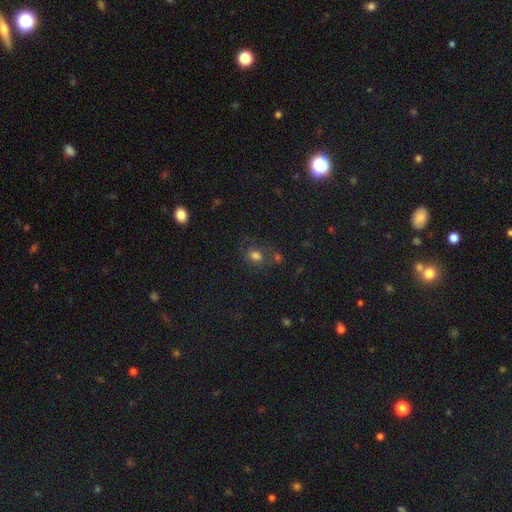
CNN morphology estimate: Smooth or featured? smooth (70%)
How rounded? in between (59%)
Merging? none (53%)